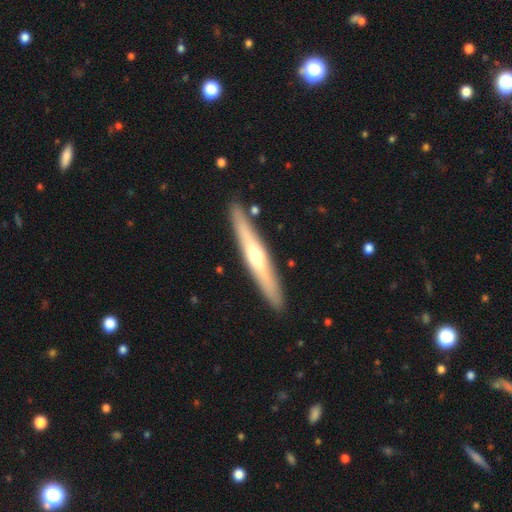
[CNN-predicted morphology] Q: Smooth or featured?
A: featured or disk (57%); runner-up: smooth (38%)
Q: Edge-on disk?
A: yes (93%); runner-up: no (7%)
Q: Edge-on bulge?
A: rounded (83%); runner-up: none (13%)
Q: Merging?
A: none (89%); runner-up: minor disturbance (7%)